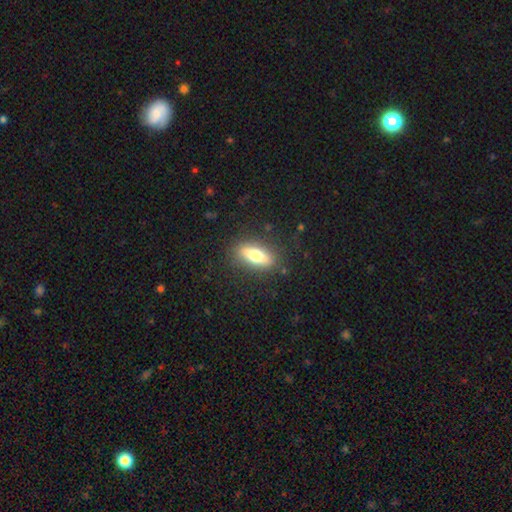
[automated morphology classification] This is likely a smooth galaxy (65%). How rounded: likely in between (63%). Merging: clearly none (85%).